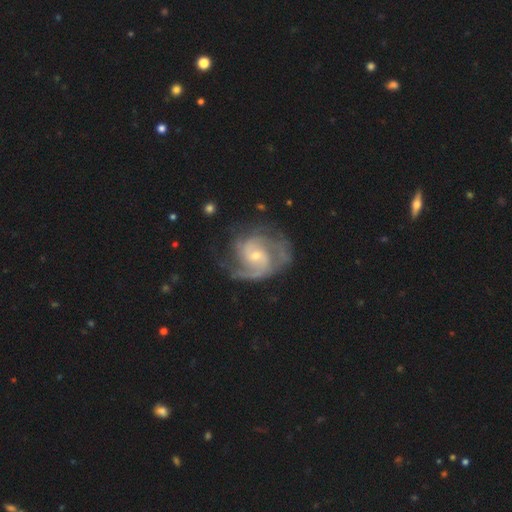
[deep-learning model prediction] Smooth or featured: featured or disk — 89% (smooth — 6%)
Edge-on disk: no — 98% (yes — 2%)
Bar: no — 55% (weak — 38%)
Spiral arms: yes — 97% (no — 3%)
Spiral winding: medium — 49% (tight — 36%)
Spiral arm count: 2 — 52% (3 — 19%)
Bulge size: small — 59% (moderate — 37%)
Merging: none — 62% (minor disturbance — 21%)